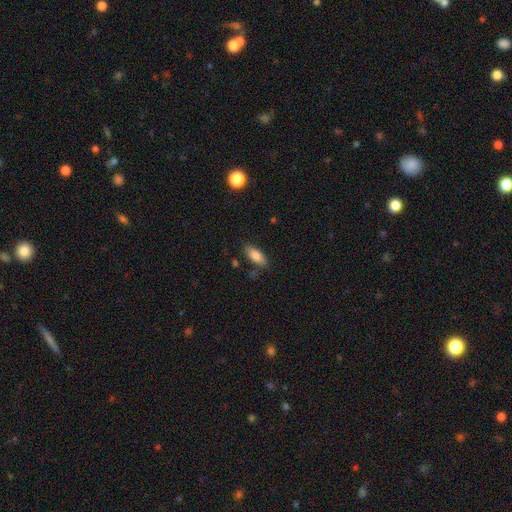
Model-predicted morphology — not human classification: smooth 82%, featured or disk 10%, star or artifact 7%. Down the decision tree: how rounded — in between (79%); merging — none (81%).